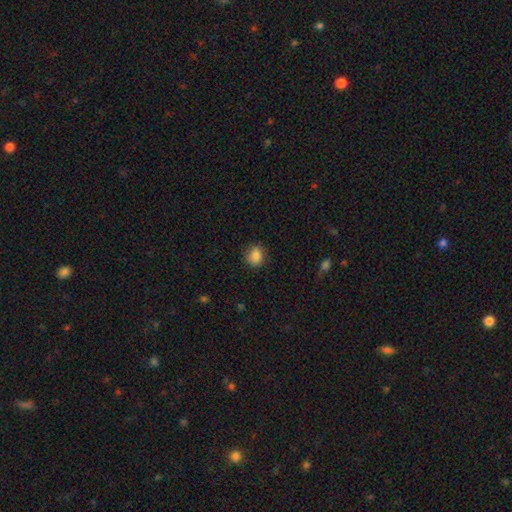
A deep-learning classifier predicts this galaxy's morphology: Q: Smooth or featured?
A: smooth (85%); runner-up: star or artifact (10%)
Q: How rounded?
A: round (64%); runner-up: in between (35%)
Q: Merging?
A: none (83%); runner-up: minor disturbance (13%)